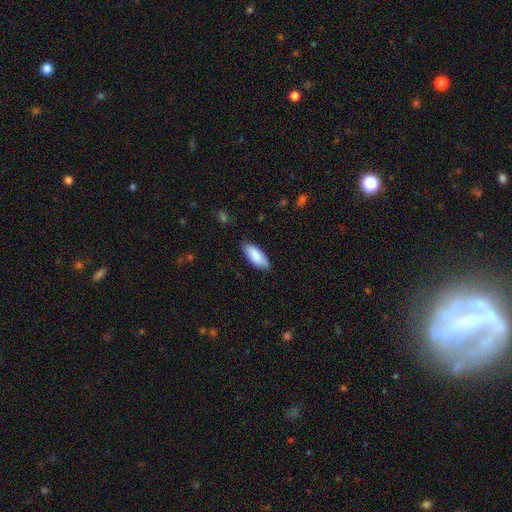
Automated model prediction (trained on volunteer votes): smooth 88%, featured or disk 7%, star or artifact 5%. Down the decision tree: how rounded — in between (83%); merging — none (83%).